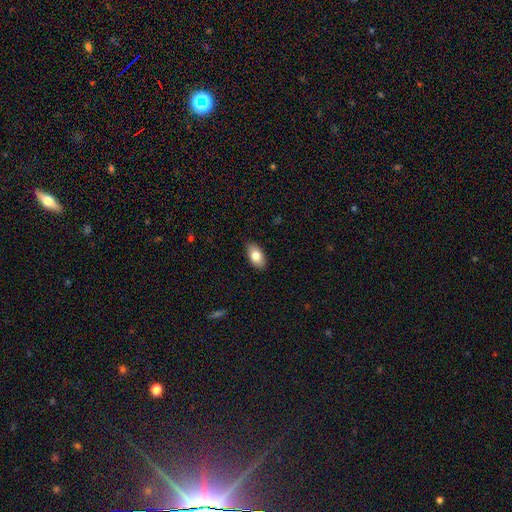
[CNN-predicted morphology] Overall: smooth (81%). How rounded: in between (93%). Merging: none (87%).